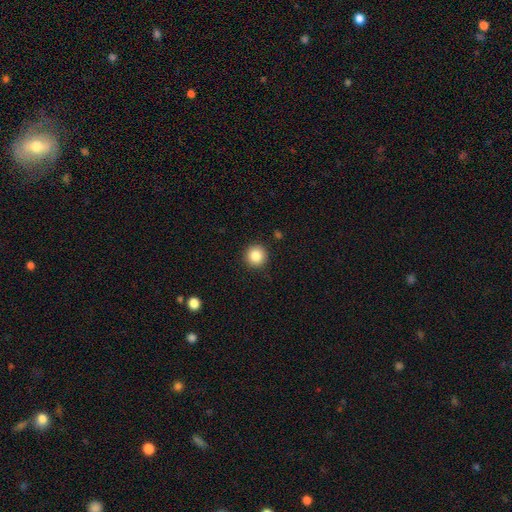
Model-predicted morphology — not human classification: Smooth or featured? smooth (85%)
How rounded? round (94%)
Merging? none (92%)